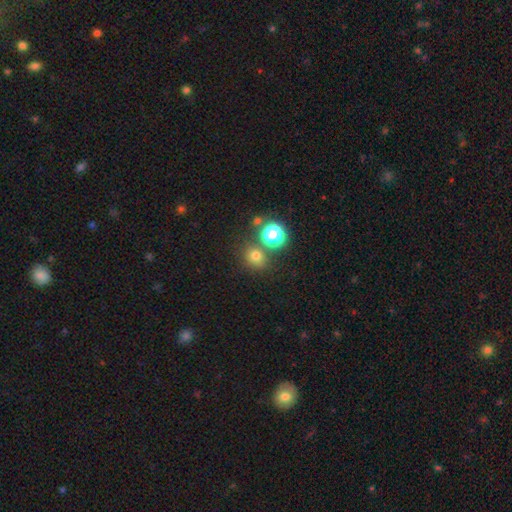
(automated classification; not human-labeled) This is likely a smooth galaxy (68%). How rounded: likely round (78%). Merging: likely none (73%).